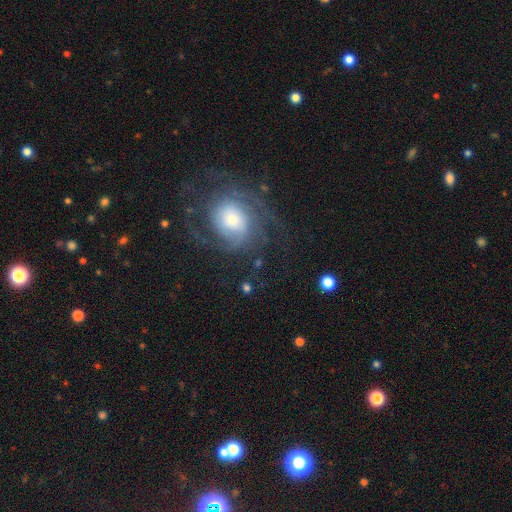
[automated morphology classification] This is possibly a featured or disk galaxy (59%). It is clearly not viewed edge-on (96%). Bar: likely no (69%). Spiral arm pattern: clearly yes (83%). Central bulge: possibly moderate (46%). Merging: likely none (74%).